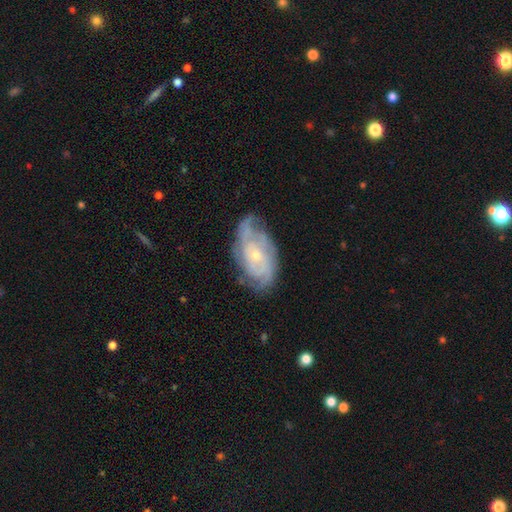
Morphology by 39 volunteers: Volunteers were most divided on "spiral winding": tight: 44%, medium: 35%, loose: 21%. Remaining: edge-on disk — no (100%); spiral arms — yes (97%); smooth or featured — featured or disk (90%); bar — no (74%); merging — none (63%); bulge size — small (63%); spiral arm count — 2 (44%).